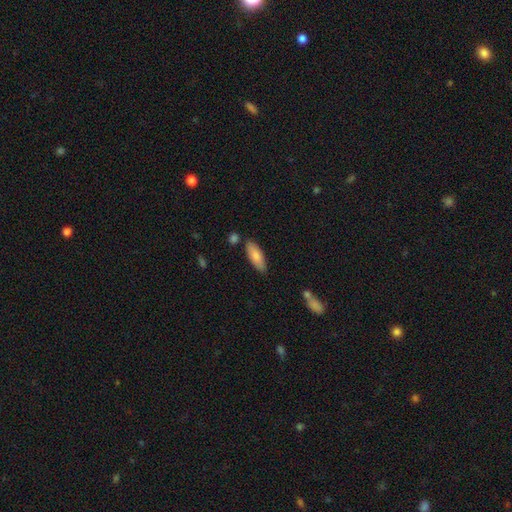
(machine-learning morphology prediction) Smooth or featured?
  - smooth: 80% *
  - featured or disk: 14%
  - star or artifact: 6%
How rounded?
  - in between: 72% *
  - cigar-shaped: 27%
  - round: 2%
Merging?
  - none: 80% *
  - minor disturbance: 13%
  - merger: 5%
  - major disturbance: 2%